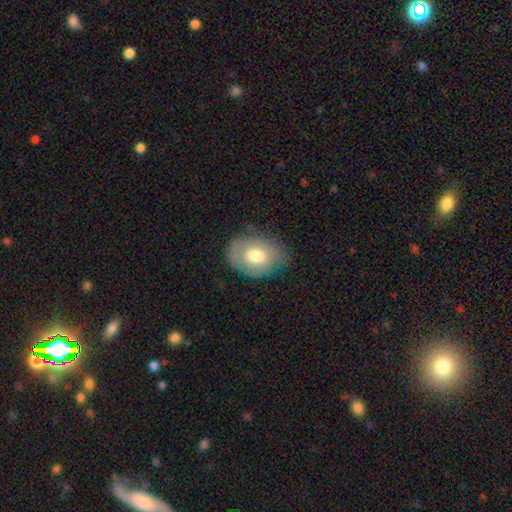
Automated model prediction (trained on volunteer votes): Smooth or featured? smooth (67%)
How rounded? in between (77%)
Merging? none (67%)